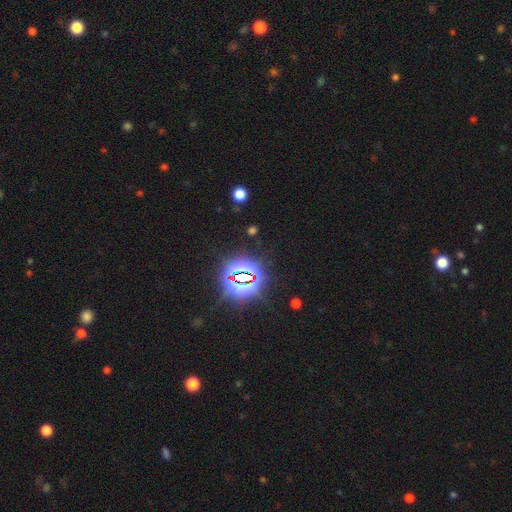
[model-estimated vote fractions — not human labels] smooth-or-featured: star or artifact: 84% | smooth: 11% | featured or disk: 6%